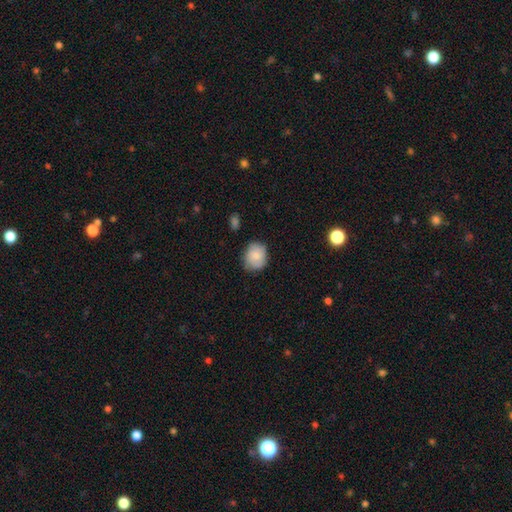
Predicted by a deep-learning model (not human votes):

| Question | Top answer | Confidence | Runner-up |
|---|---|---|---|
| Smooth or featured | smooth | 80% | featured or disk (13%) |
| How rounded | round | 68% | in between (31%) |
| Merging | none | 73% | minor disturbance (21%) |